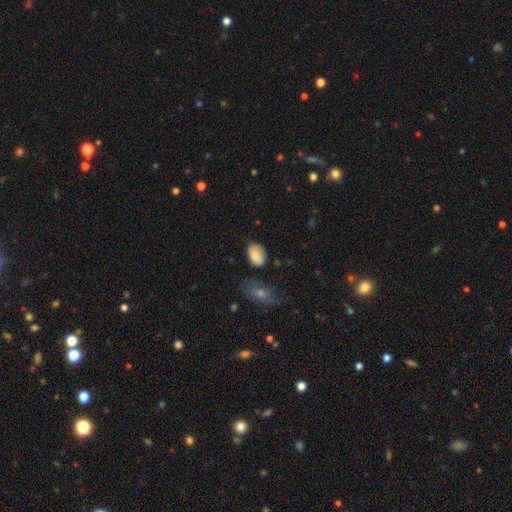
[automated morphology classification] Smooth or featured?
  - smooth: 84% *
  - featured or disk: 9%
  - star or artifact: 8%
How rounded?
  - in between: 84% *
  - round: 15%
  - cigar-shaped: 1%
Merging?
  - none: 69% *
  - minor disturbance: 23%
  - major disturbance: 5%
  - merger: 3%